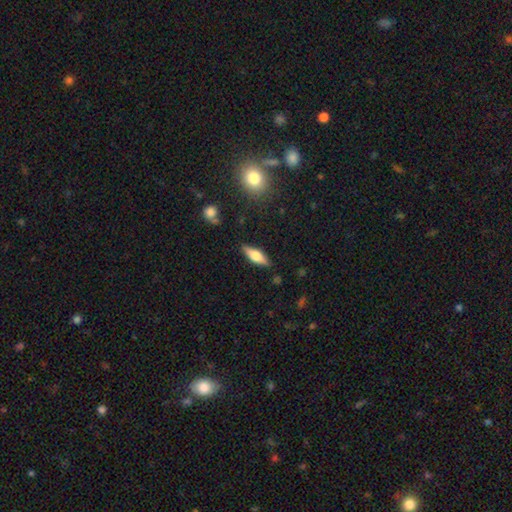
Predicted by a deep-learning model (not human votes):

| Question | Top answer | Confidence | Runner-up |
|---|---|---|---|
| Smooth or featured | smooth | 49% | featured or disk (44%) |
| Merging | none | 86% | minor disturbance (10%) |